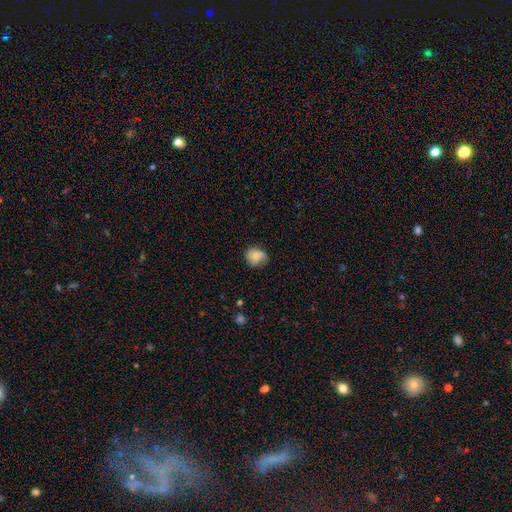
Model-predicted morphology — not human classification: A smooth galaxy with no disk features (74%) that is round (75%). Merging: none (66%).